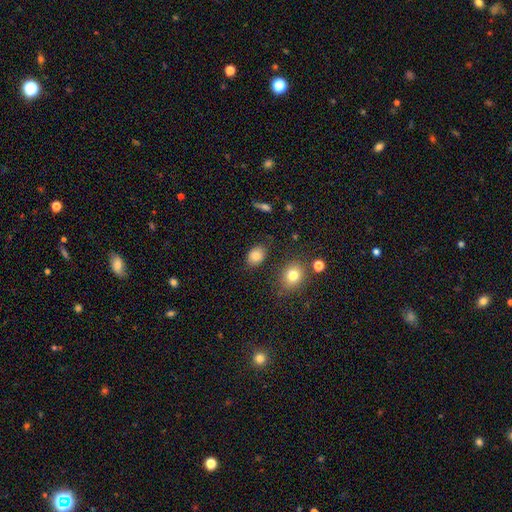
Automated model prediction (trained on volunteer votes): Smooth or featured? smooth (82%)
How rounded? in between (75%)
Merging? none (82%)